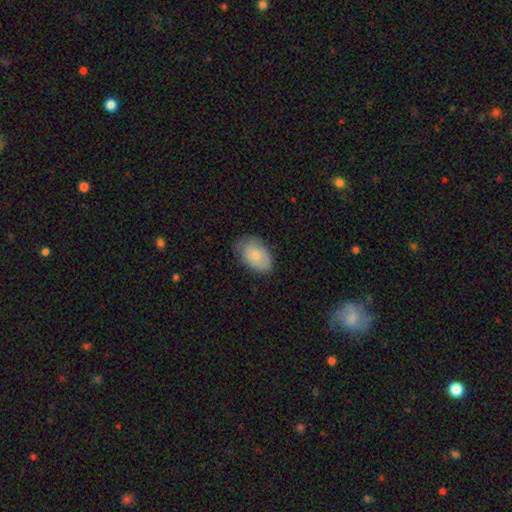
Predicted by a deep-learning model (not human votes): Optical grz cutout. It shows a smooth galaxy with no disk features (79%) that is in between round and cigar-shaped (90%). Merging: none (68%).